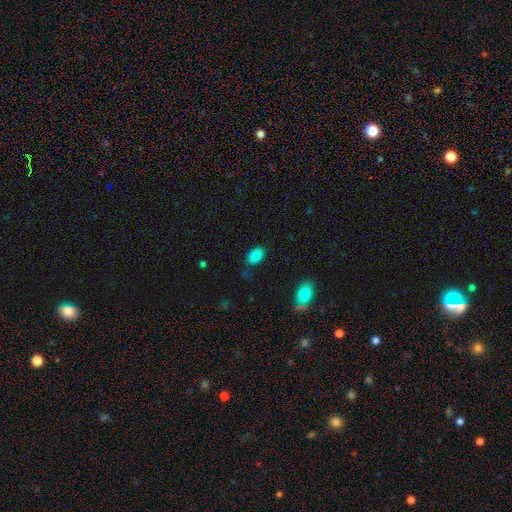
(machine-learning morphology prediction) This appears to be a smooth galaxy with no disk features (86%) that is in between round and cigar-shaped (91%). Merging: none (76%).